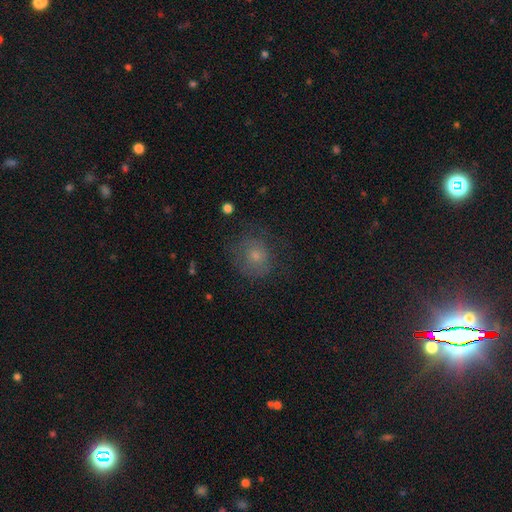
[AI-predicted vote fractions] smooth 62%, featured or disk 23%, star or artifact 15%. Down the decision tree: how rounded — round (80%); merging — none (66%).